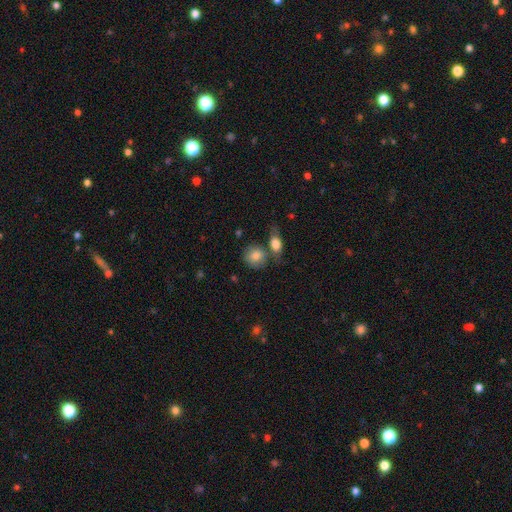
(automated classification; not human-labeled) This appears to be a smooth galaxy with no disk features (82%) that is round (75%). Merging: none (55%).